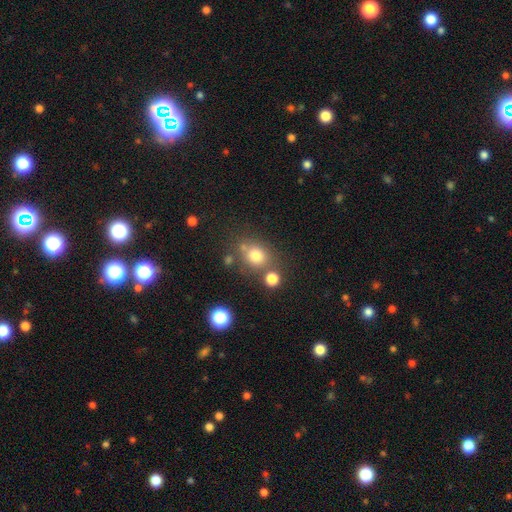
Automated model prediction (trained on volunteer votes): smooth 75%, star or artifact 15%, featured or disk 10%. Down the decision tree: how rounded — round (71%); merging — none (65%).